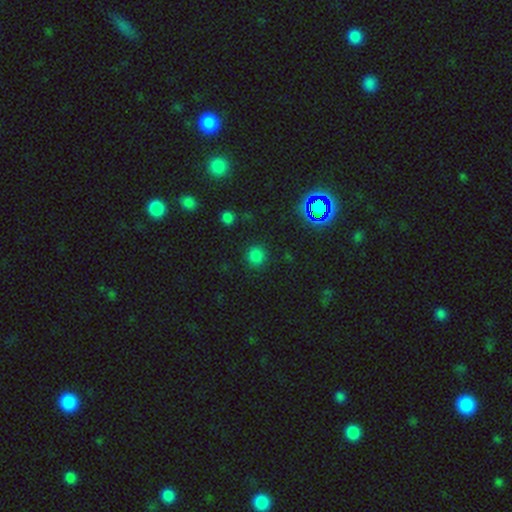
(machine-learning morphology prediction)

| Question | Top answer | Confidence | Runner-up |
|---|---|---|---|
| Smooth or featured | smooth | 78% | star or artifact (18%) |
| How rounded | round | 91% | in between (8%) |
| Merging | none | 88% | minor disturbance (7%) |